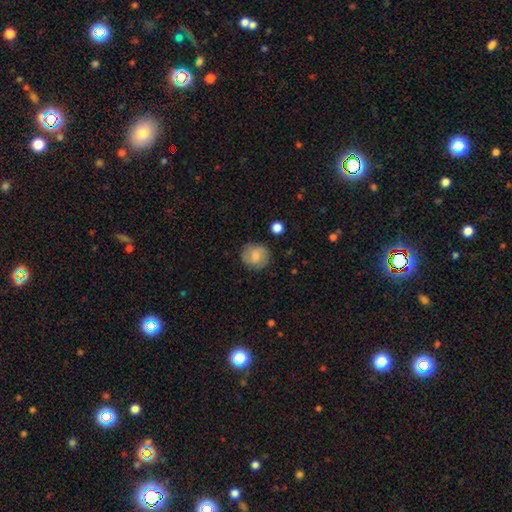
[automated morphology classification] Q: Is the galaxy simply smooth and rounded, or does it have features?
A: smooth — 74%.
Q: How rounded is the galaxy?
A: round — 87%.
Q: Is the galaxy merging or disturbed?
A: none — 82%.